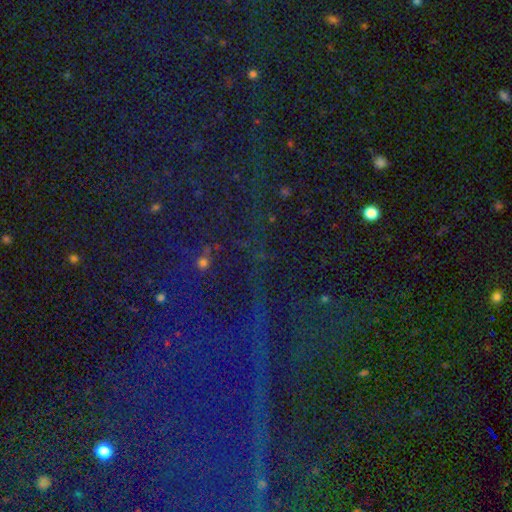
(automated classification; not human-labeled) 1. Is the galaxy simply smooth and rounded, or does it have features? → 85% star or artifact, 8% smooth, 7% featured or disk.